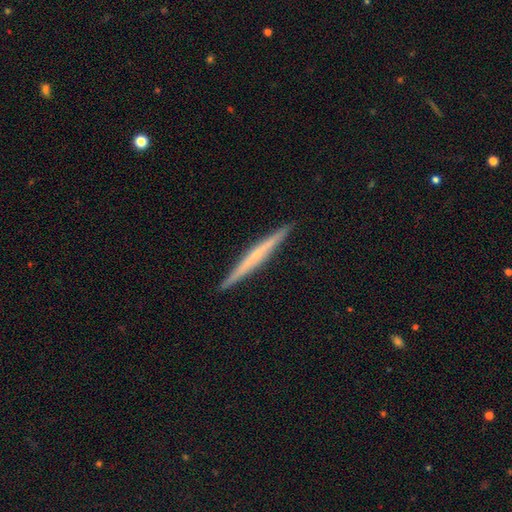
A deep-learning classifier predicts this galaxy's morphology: Smooth or featured: featured or disk — 62% (smooth — 32%)
Edge-on disk: yes — 98% (no — 2%)
Edge-on bulge: none — 62% (rounded — 32%)
Merging: none — 92% (minor disturbance — 5%)